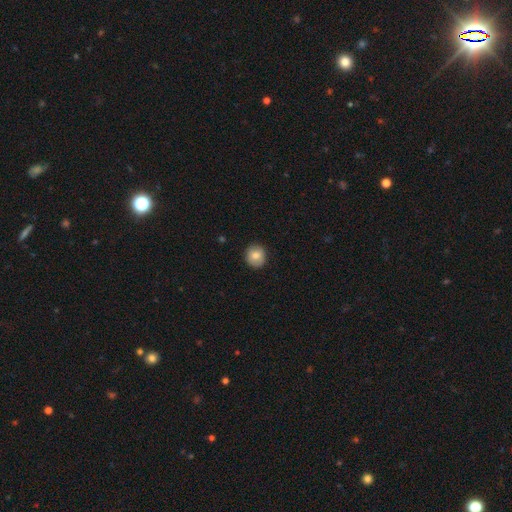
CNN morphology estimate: Smooth or featured?
  - smooth: 79% *
  - featured or disk: 13%
  - star or artifact: 8%
How rounded?
  - round: 86% *
  - in between: 13%
  - cigar-shaped: 1%
Merging?
  - none: 87% *
  - minor disturbance: 10%
  - major disturbance: 2%
  - merger: 1%